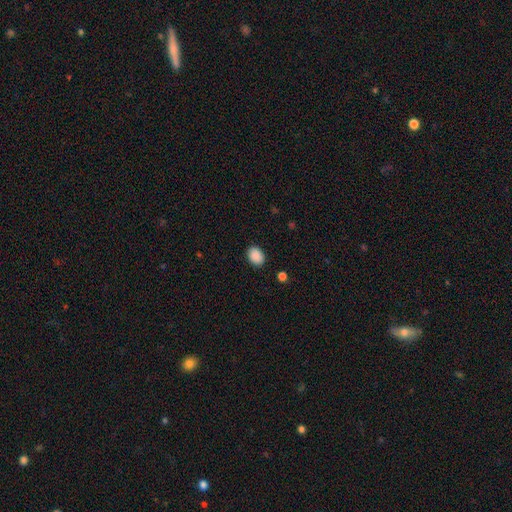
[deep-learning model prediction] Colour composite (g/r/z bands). It shows a smooth galaxy with no disk features (89%) that is in between round and cigar-shaped (72%). Merging: none (88%).